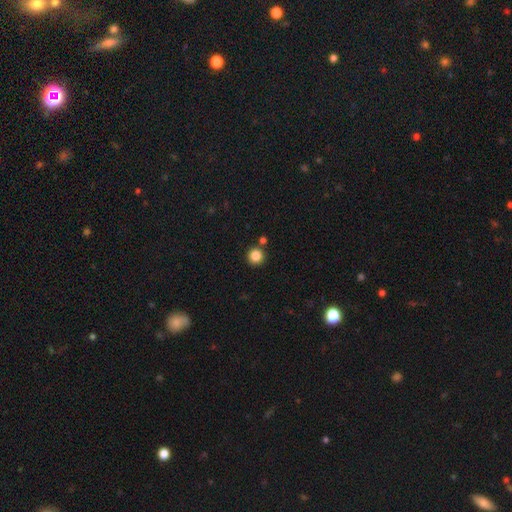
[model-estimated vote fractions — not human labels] Overall: smooth (85%). How rounded: round (95%). Merging: none (85%).